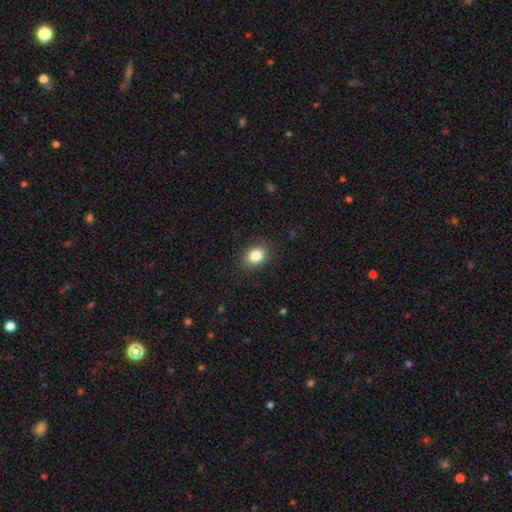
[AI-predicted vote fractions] A smooth galaxy with no disk features (85%) that is in between round and cigar-shaped (53%). Merging: none (87%).